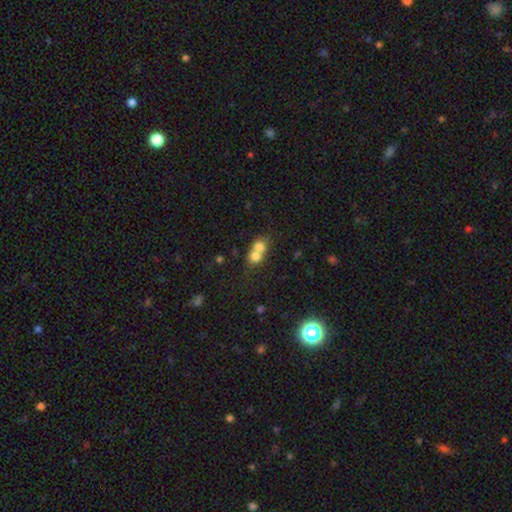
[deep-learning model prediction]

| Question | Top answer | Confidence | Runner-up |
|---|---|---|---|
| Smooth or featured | smooth | 71% | featured or disk (17%) |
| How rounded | round | 71% | in between (27%) |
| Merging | merger | 71% | none (22%) |